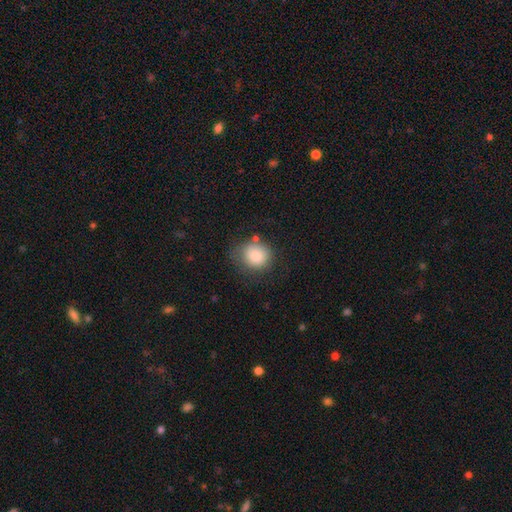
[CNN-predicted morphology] smooth_or_featured: smooth (p=0.84) [alt: star or artifact p=0.08]
how_rounded: round (p=0.79) [alt: in between p=0.20]
merging: none (p=0.65) [alt: minor disturbance p=0.22]